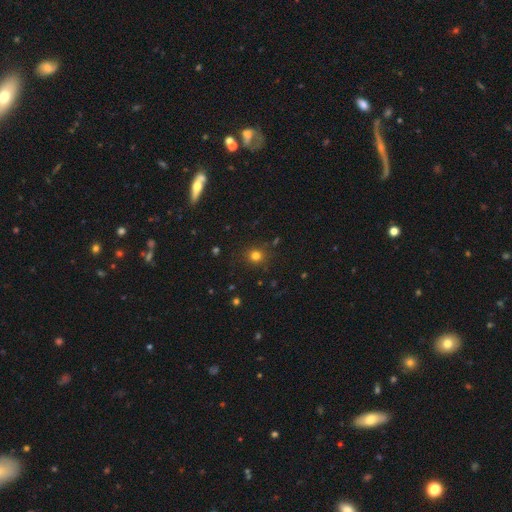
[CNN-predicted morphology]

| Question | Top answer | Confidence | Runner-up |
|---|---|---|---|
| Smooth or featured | smooth | 78% | star or artifact (17%) |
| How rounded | round | 89% | in between (10%) |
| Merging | none | 87% | minor disturbance (8%) |